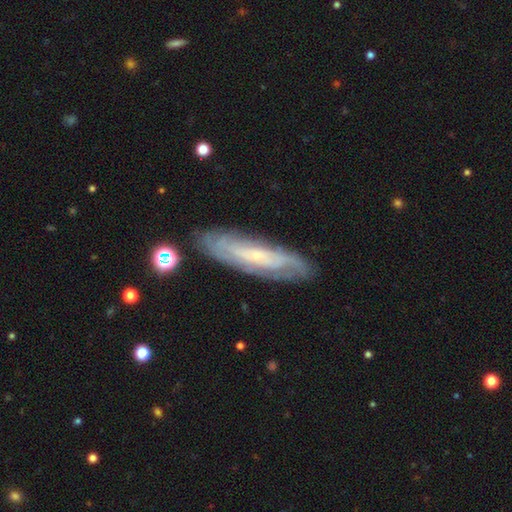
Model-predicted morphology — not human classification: Smooth or featured: featured or disk — 70% (smooth — 22%)
Edge-on disk: no — 67% (yes — 33%)
Merging: none — 80% (minor disturbance — 14%)